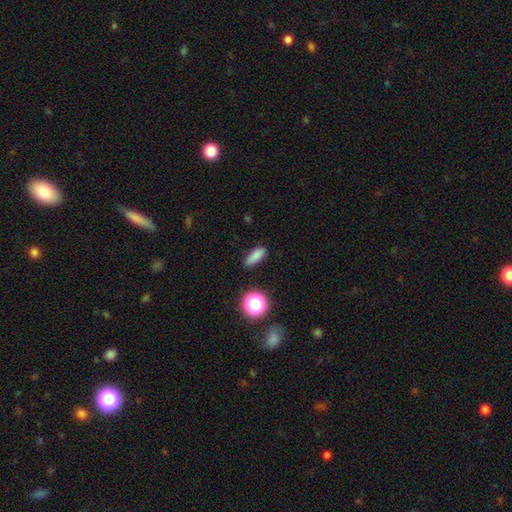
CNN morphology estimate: This appears to be a smooth galaxy with no disk features (81%) that is in between round and cigar-shaped (57%). Merging: none (81%).